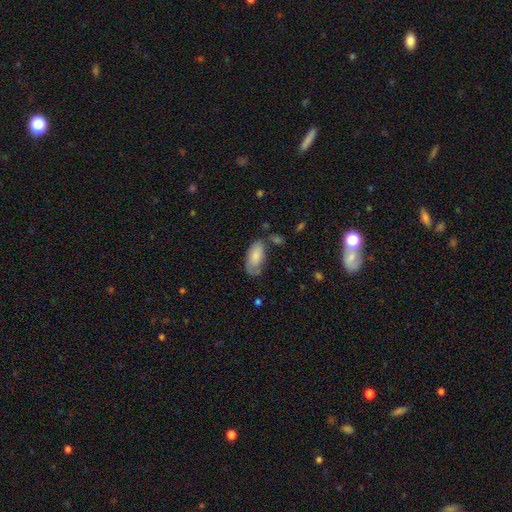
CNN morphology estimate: A smooth galaxy with no disk features (82%) that is in between round and cigar-shaped (92%). Merging: none (55%).